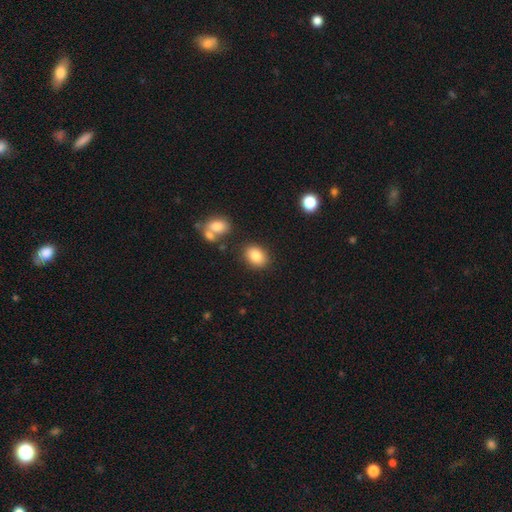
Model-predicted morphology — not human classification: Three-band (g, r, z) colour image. It shows a smooth galaxy with no disk features (84%) that is in between round and cigar-shaped (64%). Merging: none (83%).